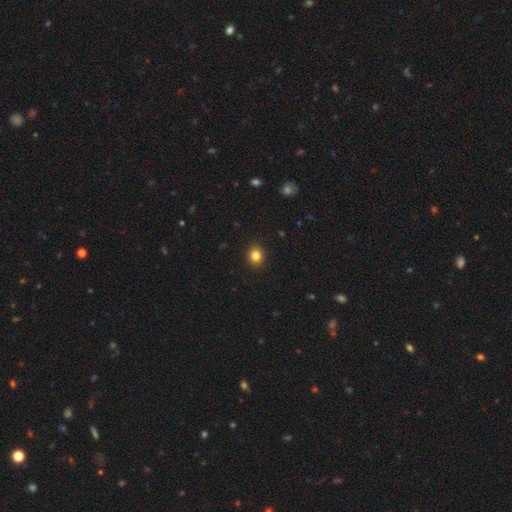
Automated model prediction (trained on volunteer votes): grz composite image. It shows a smooth galaxy with no disk features (83%) that is round (64%). Merging: none (91%).